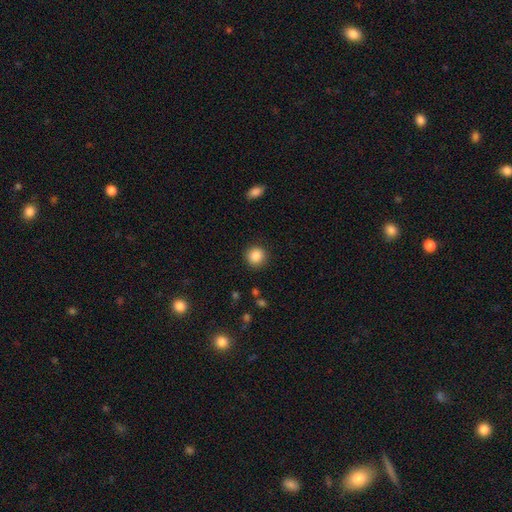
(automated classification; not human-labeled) This is clearly a smooth galaxy (87%). How rounded: clearly round (92%). Merging: clearly none (90%).